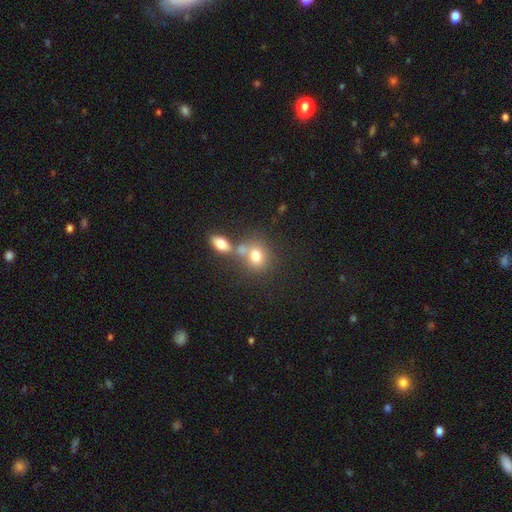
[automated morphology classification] Overall: smooth (75%). How rounded: round (57%; in between 42%). Merging: none (44%; merger 39%).